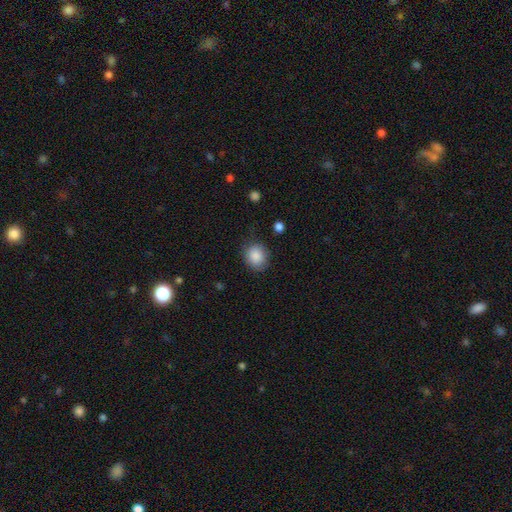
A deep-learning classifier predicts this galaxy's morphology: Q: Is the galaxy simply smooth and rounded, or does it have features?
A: smooth — 88%.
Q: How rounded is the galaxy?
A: round — 68%.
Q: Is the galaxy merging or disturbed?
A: none — 80%.